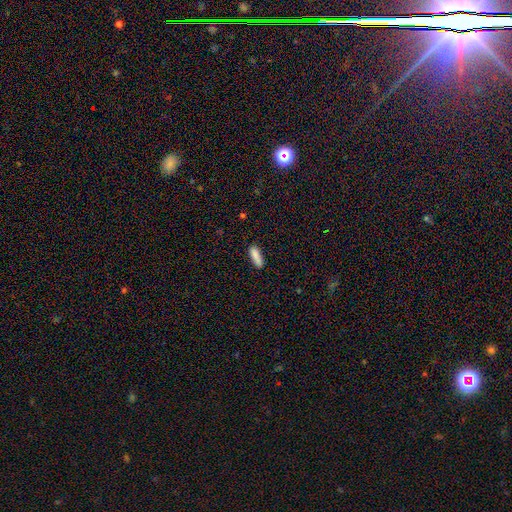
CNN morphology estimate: A smooth galaxy with no disk features (87%) that is in between round and cigar-shaped (50%). Merging: none (78%).